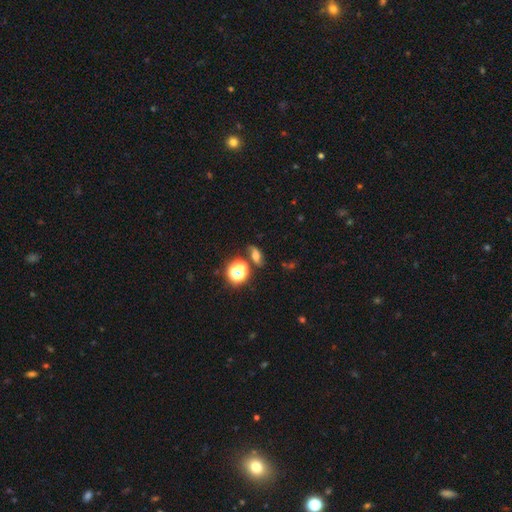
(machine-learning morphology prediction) type=smooth (47%); merging=none (62%).